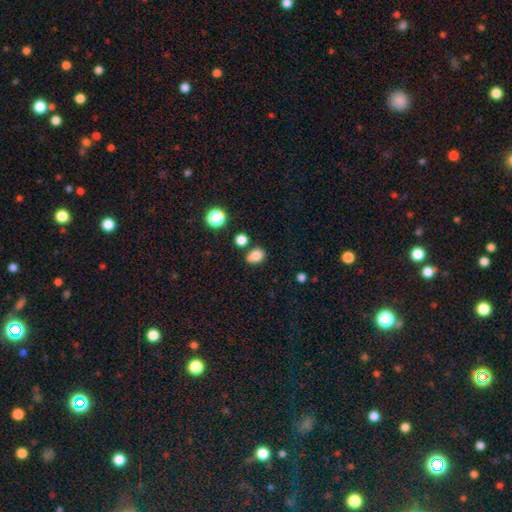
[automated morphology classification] smooth-or-featured: smooth: 82% | star or artifact: 12% | featured or disk: 6%
  how-rounded: in between: 51% | round: 48% | cigar-shaped: 1%
  merging: none: 65% | minor disturbance: 18% | merger: 12% | major disturbance: 5%